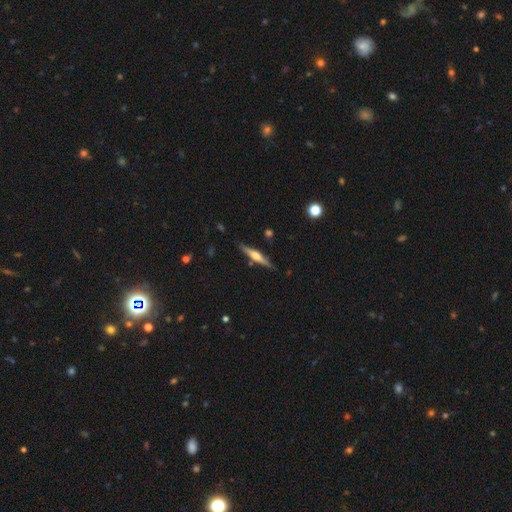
A featured or disk galaxy (71%) viewed edge-on (100%) with a rounded central bulge (78%).

Vote fractions:
- Smooth or featured? featured or disk: 71% / smooth: 21% / star or artifact: 8%
- Edge-on disk? yes: 100% / no: 0%
- Edge-on bulge? rounded: 78% / boxy: 22% / none: 0%
- Merging? none: 77% / minor disturbance: 17% / merger: 6% / major disturbance: 0%